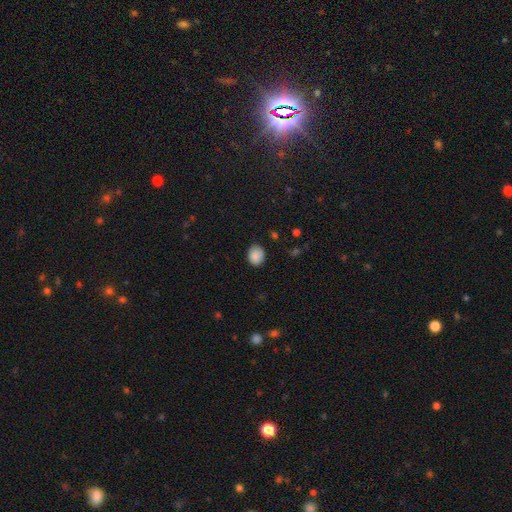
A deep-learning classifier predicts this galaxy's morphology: A smooth galaxy with no disk features (88%) that is round (54%). Merging: none (83%).